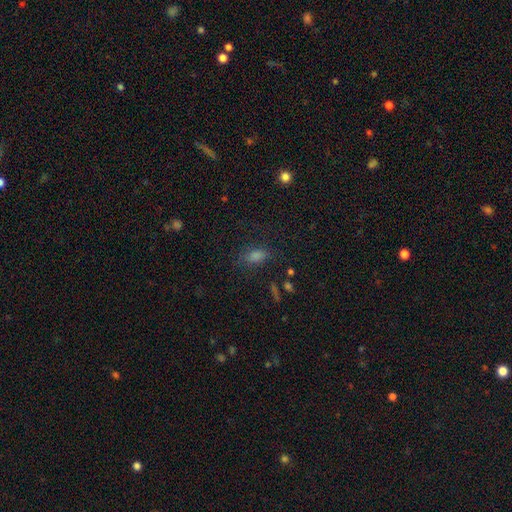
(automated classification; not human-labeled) Smooth or featured: smooth — 68% (star or artifact — 23%)
How rounded: in between — 80% (round — 14%)
Merging: none — 77% (minor disturbance — 15%)